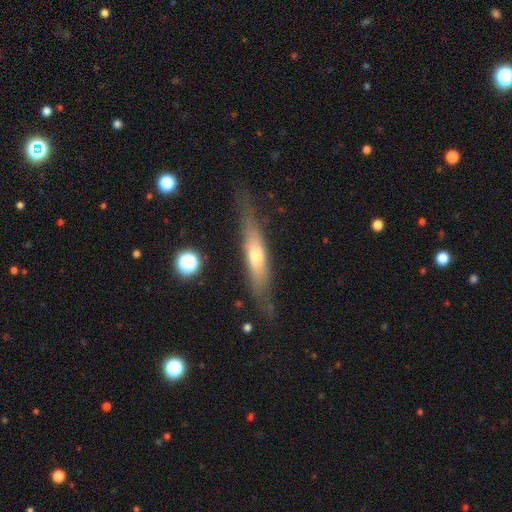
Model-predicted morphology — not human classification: This is possibly a featured or disk galaxy (53%). It is clearly viewed edge-on (83%). Merging: likely none (71%).